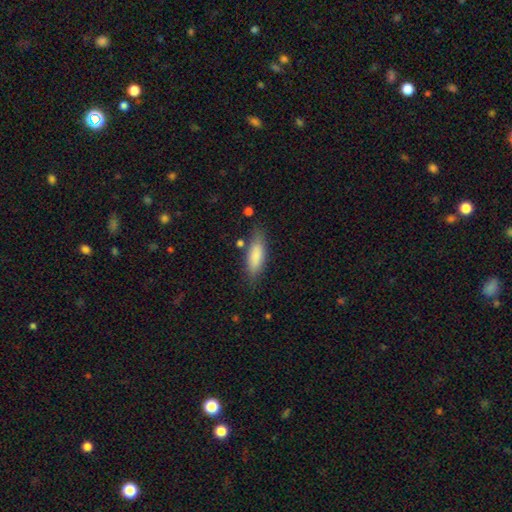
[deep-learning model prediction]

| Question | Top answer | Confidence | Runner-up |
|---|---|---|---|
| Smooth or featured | smooth | 83% | featured or disk (11%) |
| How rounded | in between | 60% | cigar-shaped (38%) |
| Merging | none | 74% | minor disturbance (18%) |